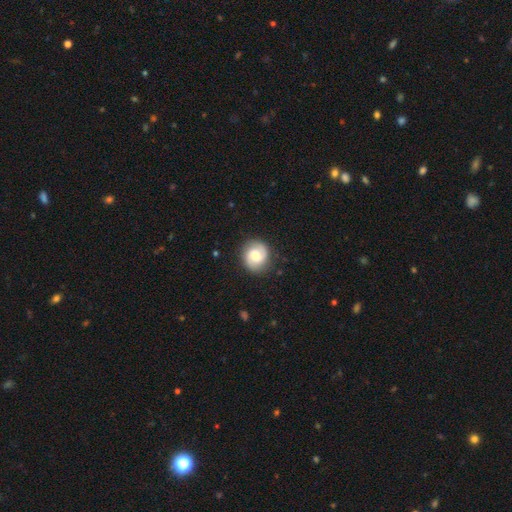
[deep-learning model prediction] A featured or disk galaxy (60%) with no bar (45%), 2 (89%) medium (44%) spiral arms (92%) and a moderate central bulge (52%).

Vote fractions:
- Smooth or featured? featured or disk: 60% / smooth: 33% / star or artifact: 7%
- Edge-on disk? no: 98% / yes: 2%
- Bar? no: 45% / weak: 44% / strong: 10%
- Spiral arms? yes: 92% / no: 8%
- Spiral winding? medium: 44% / tight: 37% / loose: 19%
- Spiral arm count? 2: 89% / can't tell: 5% / 1: 3% / 3: 1% / 4: 1% / more than 4: 1%
- Bulge size? moderate: 52% / small: 23% / large: 18% / none: 5% / dominant: 3%
- Merging? none: 85% / minor disturbance: 10% / major disturbance: 3% / merger: 1%